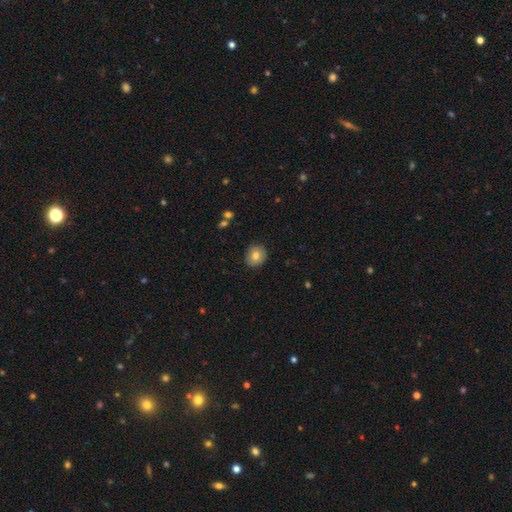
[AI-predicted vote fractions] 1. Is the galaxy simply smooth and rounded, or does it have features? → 78% smooth, 14% featured or disk, 9% star or artifact.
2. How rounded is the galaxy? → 79% round, 20% in between, 1% cigar-shaped.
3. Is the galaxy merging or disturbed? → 88% none, 9% minor disturbance, 2% major disturbance, 1% merger.